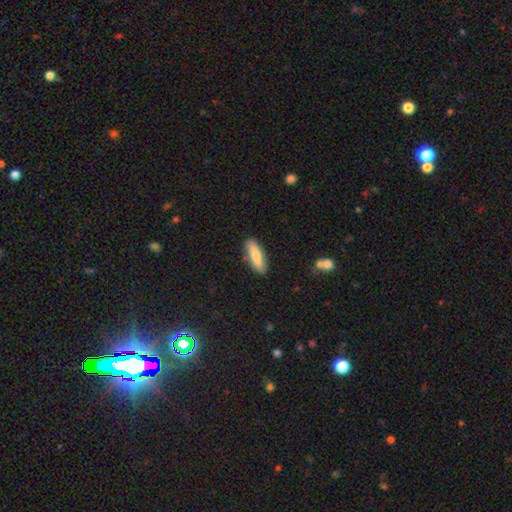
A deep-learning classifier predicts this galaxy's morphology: Q: Smooth or featured?
A: smooth (77%); runner-up: featured or disk (17%)
Q: How rounded?
A: cigar-shaped (59%); runner-up: in between (40%)
Q: Merging?
A: none (85%); runner-up: minor disturbance (11%)